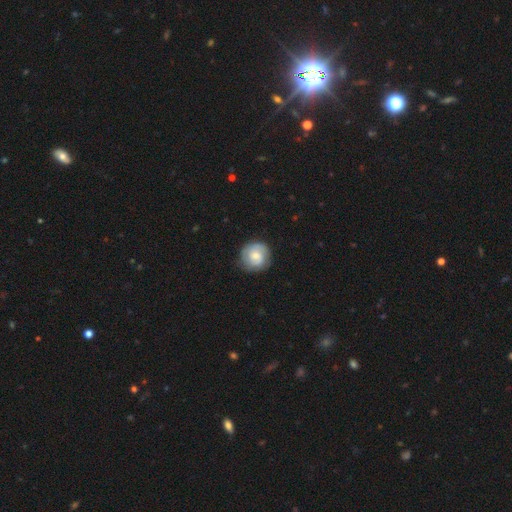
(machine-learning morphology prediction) The model was most divided on "bulge size": moderate: 49%, small: 41%, large: 5%, none: 4%, dominant: 1%. More confident: edge-on disk — no (98%); spiral arms — yes (85%); merging — none (82%); bar — no (55%); smooth or featured — featured or disk (55%).